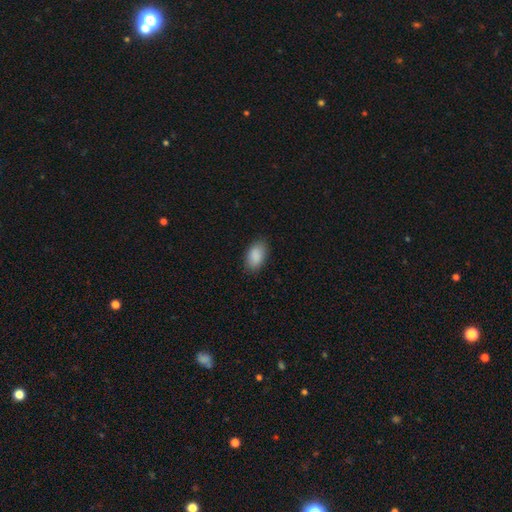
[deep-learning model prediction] smooth_or_featured: smooth (p=0.90) [alt: star or artifact p=0.06]
how_rounded: in between (p=0.93) [alt: round p=0.05]
merging: none (p=0.86) [alt: minor disturbance p=0.11]